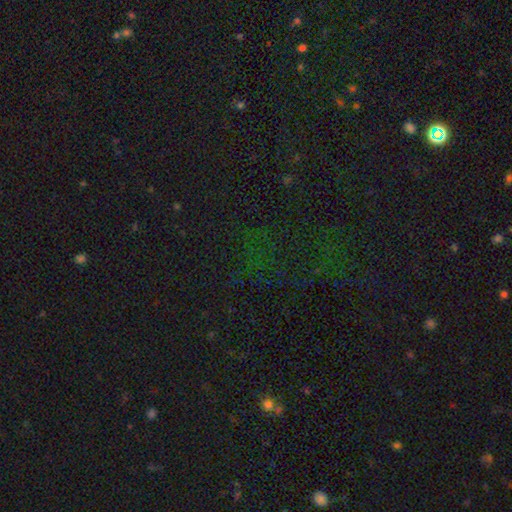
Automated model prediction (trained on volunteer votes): This is likely a star or artifact rather than a galaxy (74%).